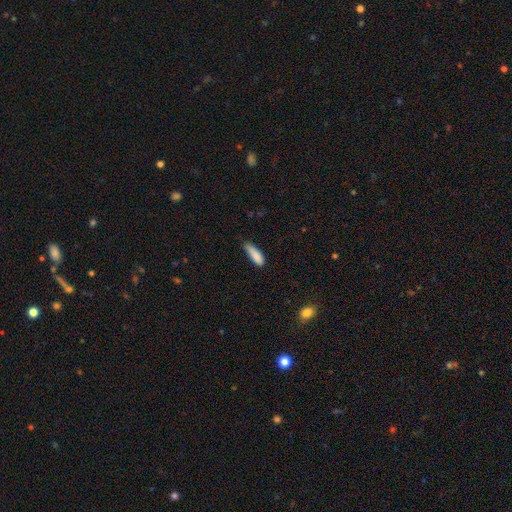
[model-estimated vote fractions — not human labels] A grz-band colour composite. It shows a smooth galaxy with no disk features (86%) that is cigar-shaped (57%). Merging: none (54%).